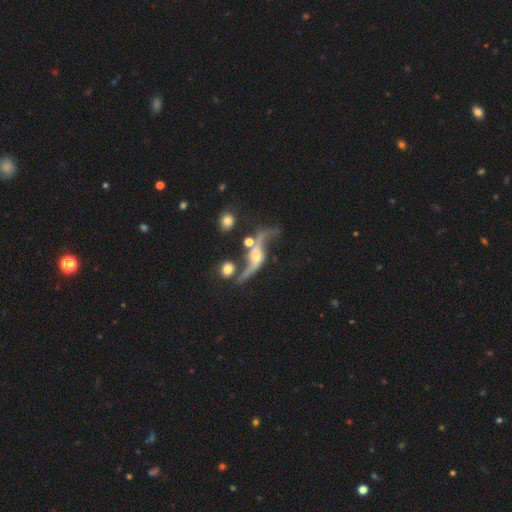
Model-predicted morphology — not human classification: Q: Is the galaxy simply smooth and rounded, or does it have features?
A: featured or disk — 89%.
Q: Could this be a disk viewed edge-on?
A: no — 82%.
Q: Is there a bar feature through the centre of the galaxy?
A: no — 50%.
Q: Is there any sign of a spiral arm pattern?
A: yes — 96%.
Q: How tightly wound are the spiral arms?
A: loose — 92%.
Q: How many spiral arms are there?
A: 2 — 94%.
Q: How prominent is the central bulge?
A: moderate — 47%.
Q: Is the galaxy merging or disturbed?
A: none — 58%.